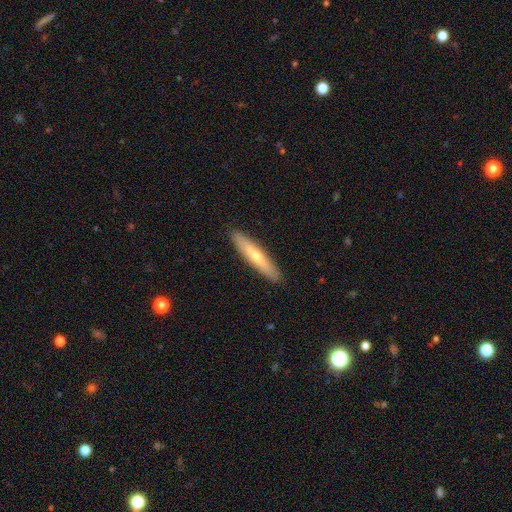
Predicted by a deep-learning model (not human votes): A smooth galaxy with no disk features (54%) that is cigar-shaped (89%). Merging: none (91%).